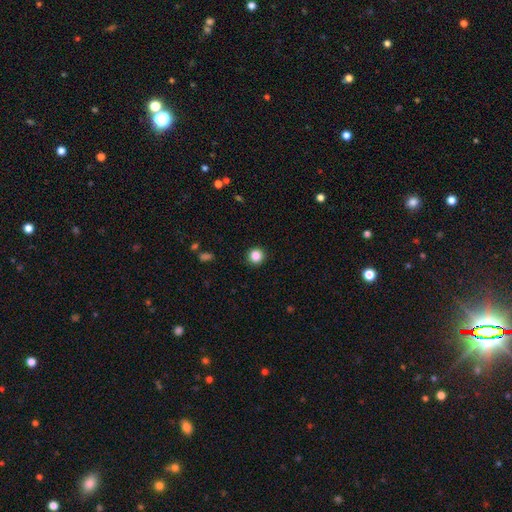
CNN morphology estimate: The model was most divided on "smooth or featured": smooth: 86%, star or artifact: 11%, featured or disk: 4%. More confident: how rounded — round (94%); merging — none (92%).